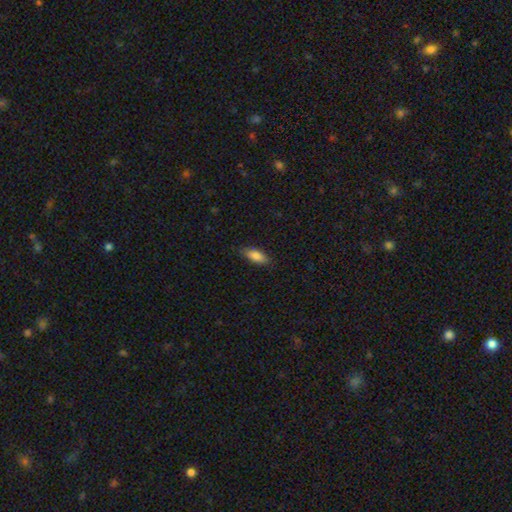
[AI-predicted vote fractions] smooth 84%, featured or disk 9%, star or artifact 7%. Down the decision tree: how rounded — in between (73%); merging — none (84%).